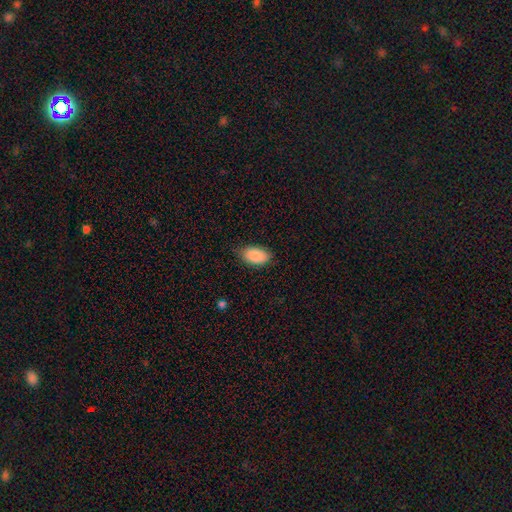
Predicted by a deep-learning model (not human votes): A smooth galaxy with no disk features (89%) that is in between round and cigar-shaped (94%).

Vote fractions:
- Smooth or featured? smooth: 89% / star or artifact: 7% / featured or disk: 5%
- How rounded? in between: 94% / round: 4% / cigar-shaped: 2%
- Merging? none: 80% / minor disturbance: 16% / major disturbance: 3% / merger: 1%